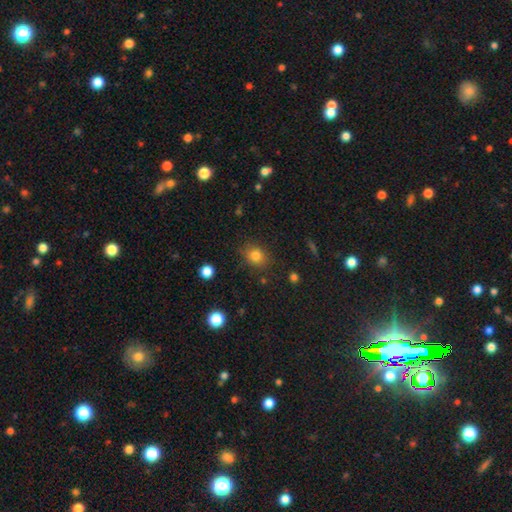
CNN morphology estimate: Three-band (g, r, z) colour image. It shows a smooth galaxy with no disk features (81%) that is round (60%). Merging: none (83%).